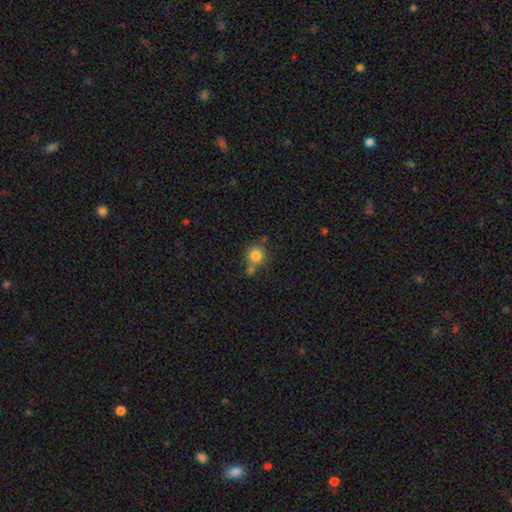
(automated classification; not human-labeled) Overall: smooth (81%). How rounded: round (90%). Merging: none (60%; merger 24%).